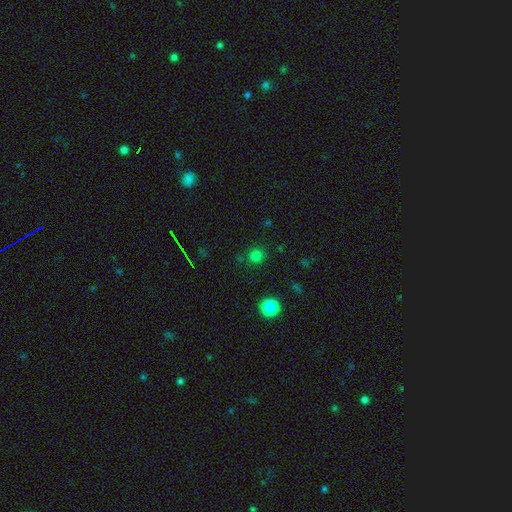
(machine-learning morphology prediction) smooth 77%, star or artifact 19%, featured or disk 4%. Down the decision tree: how rounded — round (87%); merging — none (85%).